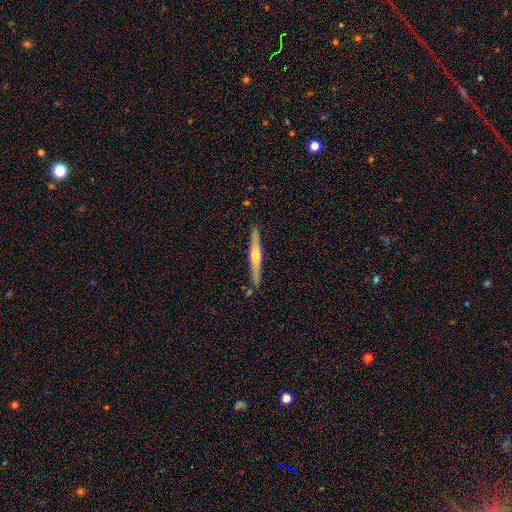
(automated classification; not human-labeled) A featured or disk galaxy (62%) viewed edge-on (97%) with a rounded central bulge (86%). Merging: none (87%).